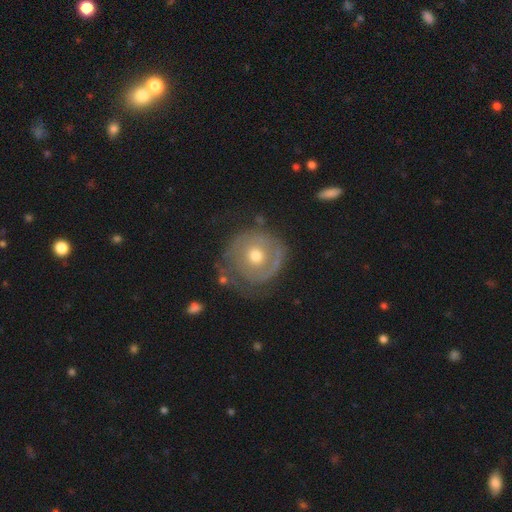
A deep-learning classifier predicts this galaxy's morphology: Smooth or featured?
  - featured or disk: 61% *
  - smooth: 33%
  - star or artifact: 6%
Edge-on disk?
  - no: 97% *
  - yes: 3%
Bar?
  - no: 87% *
  - weak: 11%
  - strong: 3%
Spiral arms?
  - yes: 53% *
  - no: 47%
Bulge size?
  - moderate: 68% *
  - small: 25%
  - large: 5%
  - none: 1%
  - dominant: 1%
Merging?
  - none: 62% *
  - minor disturbance: 21%
  - major disturbance: 14%
  - merger: 3%